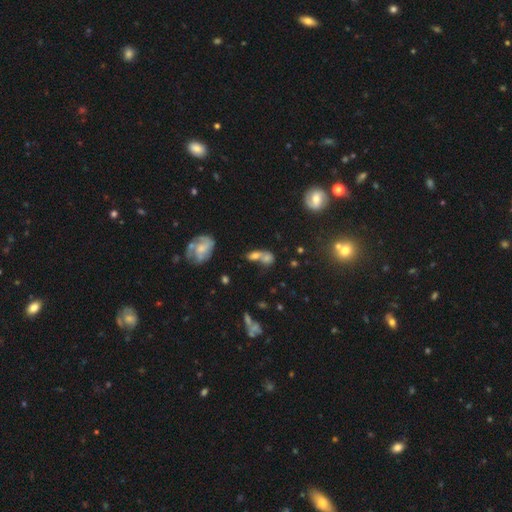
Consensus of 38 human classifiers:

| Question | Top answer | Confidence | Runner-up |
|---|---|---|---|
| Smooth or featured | smooth | 84% | featured or disk (11%) |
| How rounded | in between | 88% | round (9%) |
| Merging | merger | 44% | none (39%) |